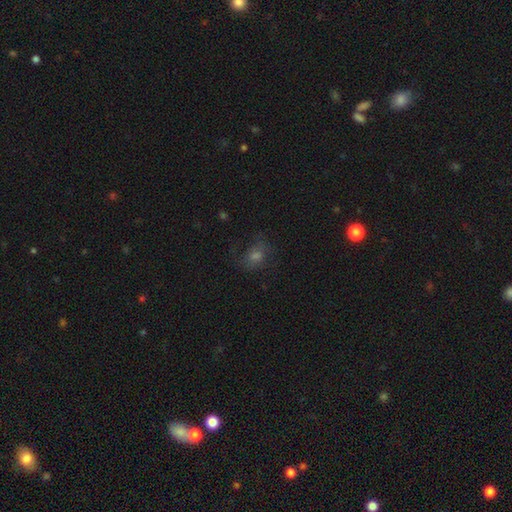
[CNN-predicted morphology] A smooth galaxy with no disk features (48%).

Vote fractions:
- Smooth or featured? smooth: 48% / star or artifact: 28% / featured or disk: 24%
- Merging? none: 64% / minor disturbance: 19% / major disturbance: 15% / merger: 2%